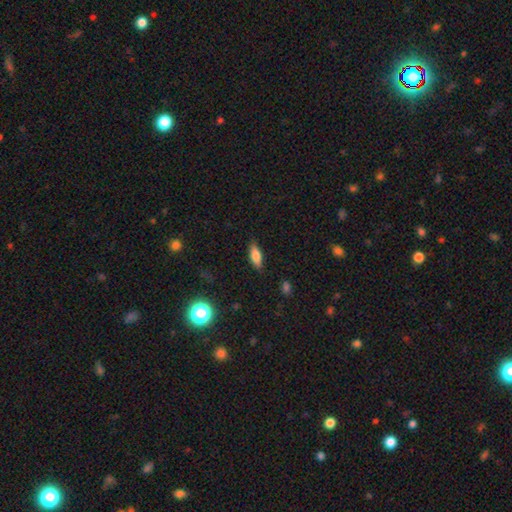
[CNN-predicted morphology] Overall: smooth (70%). How rounded: in between (64%; cigar-shaped 33%). Merging: none (84%).